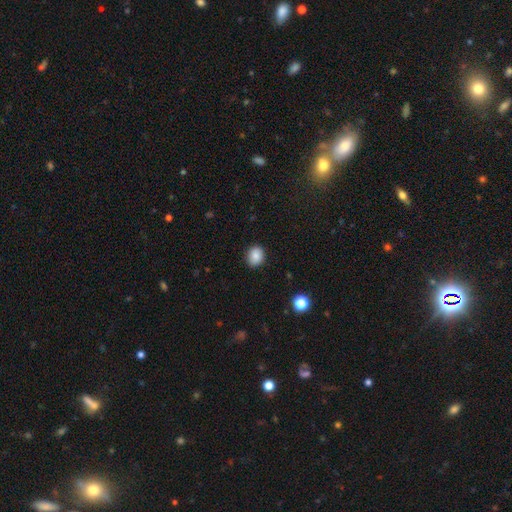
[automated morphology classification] Overall: smooth (85%). How rounded: round (60%; in between 39%). Merging: none (87%).